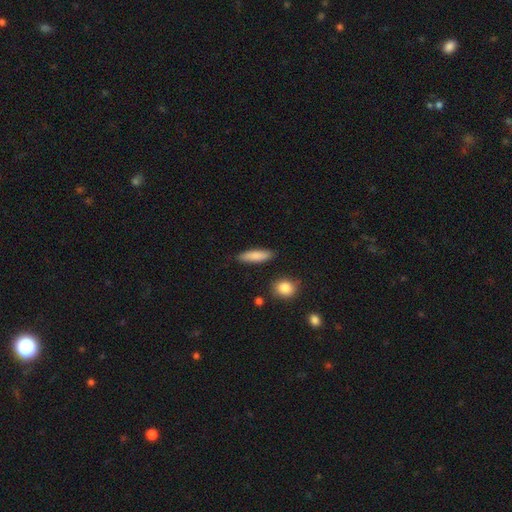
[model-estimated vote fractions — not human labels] A smooth galaxy with no disk features (84%) that is cigar-shaped (60%).

Vote fractions:
- Smooth or featured? smooth: 84% / featured or disk: 9% / star or artifact: 6%
- How rounded? cigar-shaped: 60% / in between: 38% / round: 3%
- Merging? none: 87% / minor disturbance: 9% / merger: 2% / major disturbance: 2%